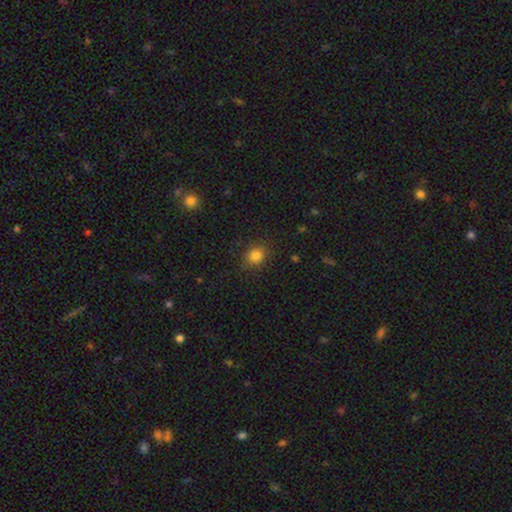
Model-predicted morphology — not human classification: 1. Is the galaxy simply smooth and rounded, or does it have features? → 82% smooth, 12% star or artifact, 5% featured or disk.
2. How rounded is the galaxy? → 70% round, 29% in between, 1% cigar-shaped.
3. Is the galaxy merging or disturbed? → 82% none, 13% minor disturbance, 4% major disturbance, 1% merger.